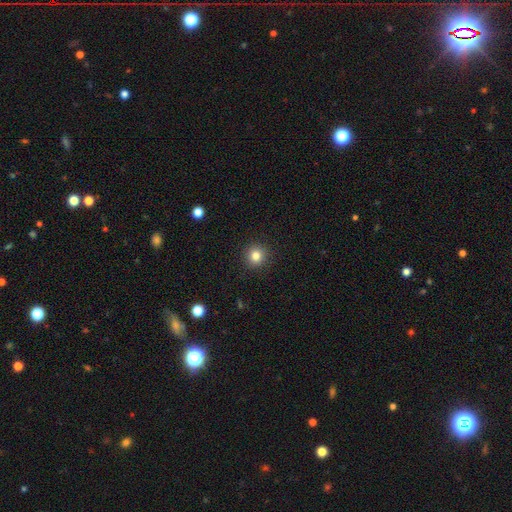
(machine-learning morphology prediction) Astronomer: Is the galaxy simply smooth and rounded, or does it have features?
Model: smooth — 82%.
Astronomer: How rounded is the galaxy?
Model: round — 93%.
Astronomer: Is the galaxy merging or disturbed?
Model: none — 92%.